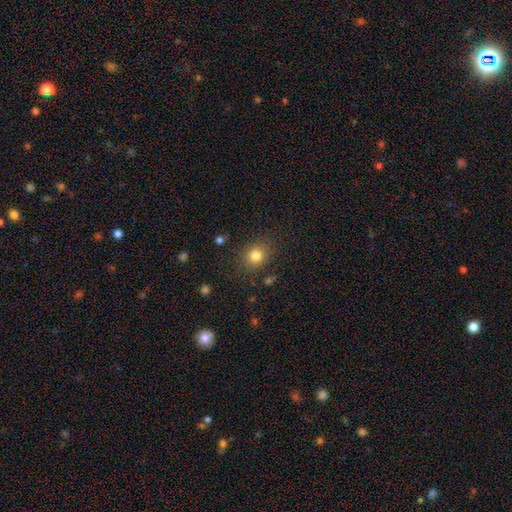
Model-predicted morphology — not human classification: Smooth or featured?
  - smooth: 80% *
  - star or artifact: 13%
  - featured or disk: 7%
How rounded?
  - round: 74% *
  - in between: 25%
  - cigar-shaped: 1%
Merging?
  - none: 83% *
  - minor disturbance: 11%
  - major disturbance: 4%
  - merger: 2%